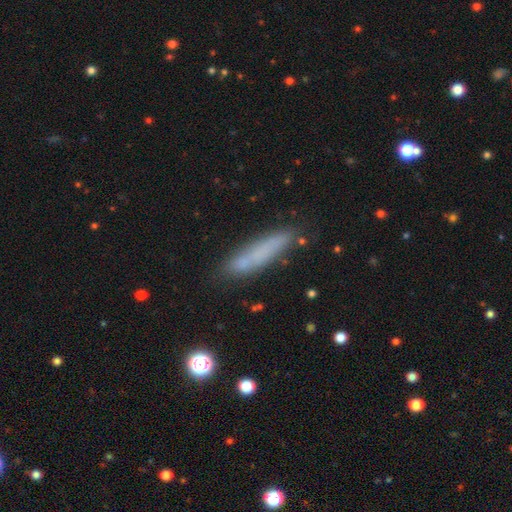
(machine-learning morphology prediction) This appears to be a smooth galaxy with no disk features (70%) that is cigar-shaped (83%). Merging: none (76%).